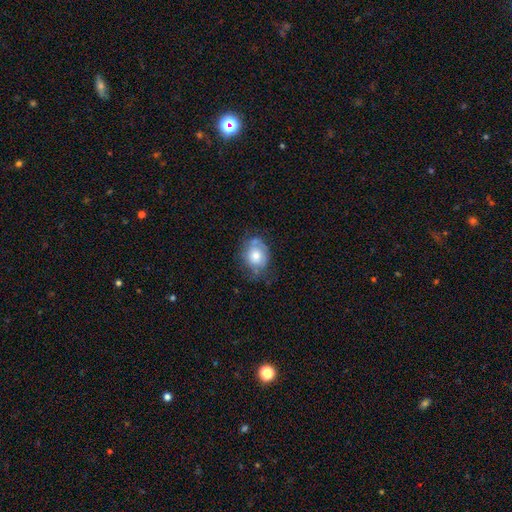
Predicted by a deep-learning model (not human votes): A smooth galaxy with no disk features (61%) that is in between round and cigar-shaped (54%).

Vote fractions:
- Smooth or featured? smooth: 61% / featured or disk: 30% / star or artifact: 8%
- How rounded? in between: 54% / round: 45% / cigar-shaped: 1%
- Merging? none: 52% / minor disturbance: 32% / major disturbance: 13% / merger: 4%